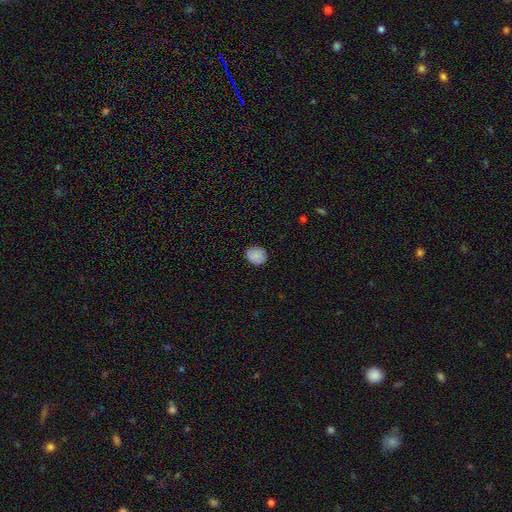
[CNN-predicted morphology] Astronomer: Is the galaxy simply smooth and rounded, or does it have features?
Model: smooth — 84%.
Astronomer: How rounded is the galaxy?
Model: round — 73%.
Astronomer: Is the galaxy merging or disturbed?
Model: none — 85%.